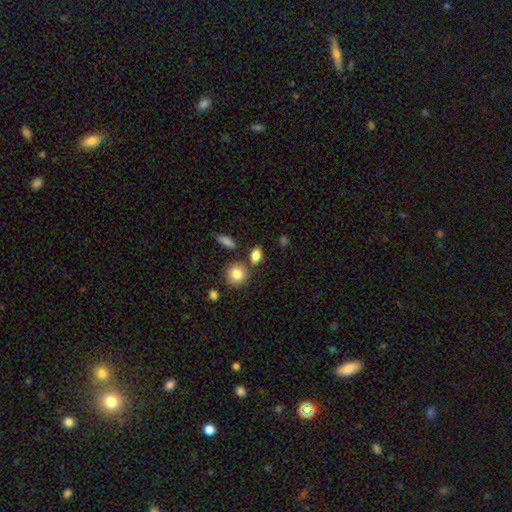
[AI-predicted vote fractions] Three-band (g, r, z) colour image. It shows a smooth galaxy with no disk features (84%) that is in between round and cigar-shaped (68%). Merging: none (71%).